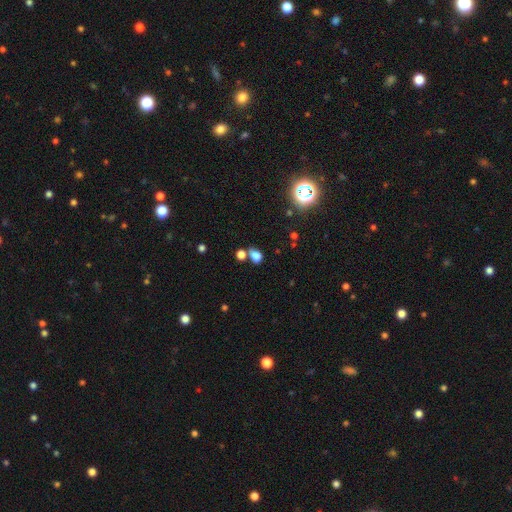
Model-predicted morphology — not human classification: smooth 75%, star or artifact 18%, featured or disk 7%. Down the decision tree: how rounded — in between (69%); merging — none (53%).